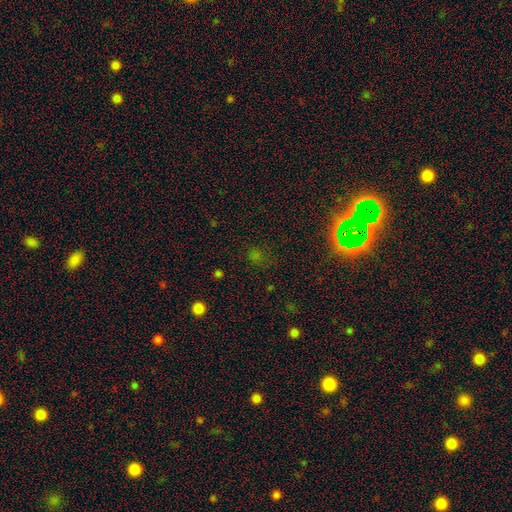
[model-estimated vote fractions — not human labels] Smooth or featured?
  - star or artifact: 50% *
  - smooth: 34%
  - featured or disk: 16%